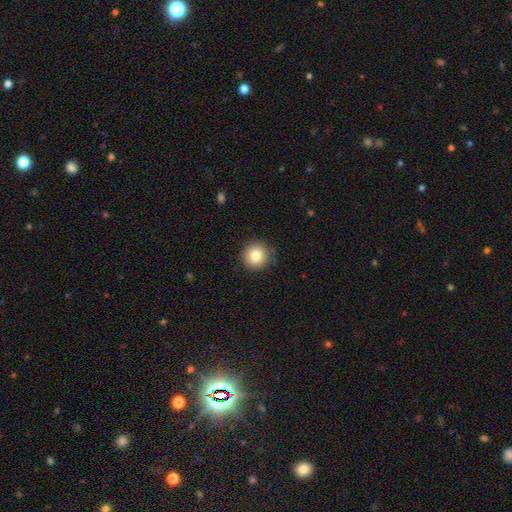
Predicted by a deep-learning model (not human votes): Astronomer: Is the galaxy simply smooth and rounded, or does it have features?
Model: smooth — 80%.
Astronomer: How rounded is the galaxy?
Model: round — 95%.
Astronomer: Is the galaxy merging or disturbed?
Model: none — 88%.